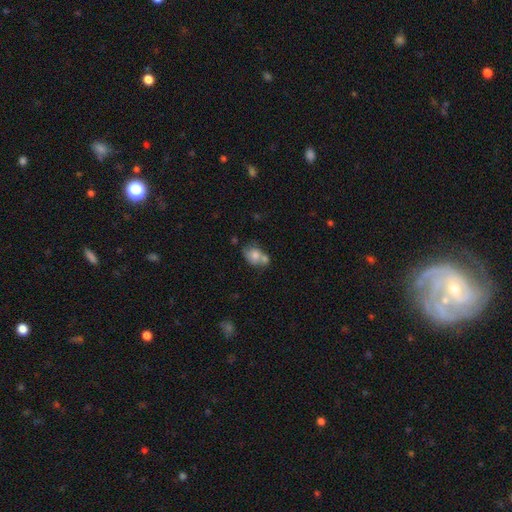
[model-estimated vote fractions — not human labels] This is likely a smooth galaxy (69%). How rounded: possibly in between (60%). Merging: possibly merger (48%).